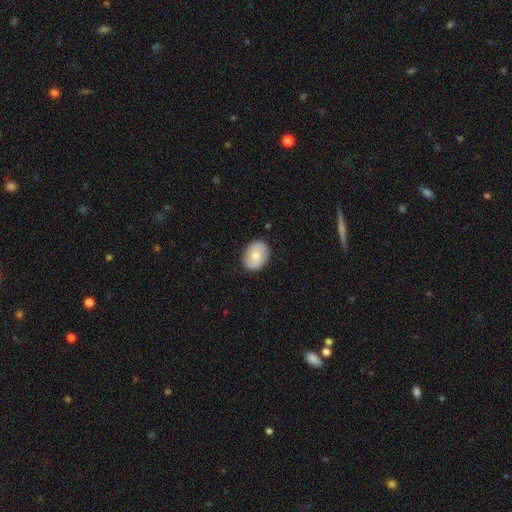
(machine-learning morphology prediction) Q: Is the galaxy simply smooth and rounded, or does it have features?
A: smooth — 71%.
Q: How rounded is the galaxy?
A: in between — 68%.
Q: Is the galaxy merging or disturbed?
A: none — 87%.